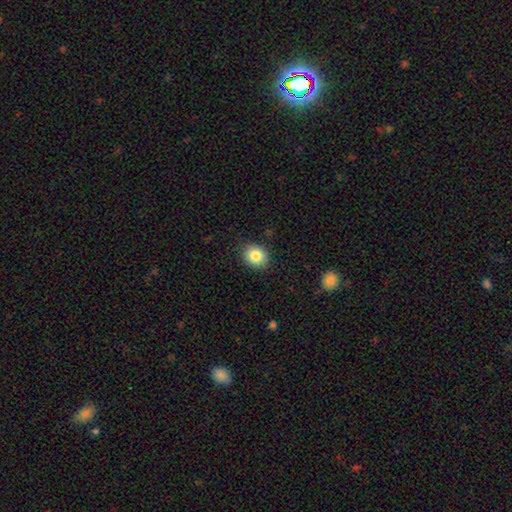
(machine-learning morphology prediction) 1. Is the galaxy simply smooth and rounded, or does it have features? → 85% smooth, 9% star or artifact, 6% featured or disk.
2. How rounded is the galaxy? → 65% round, 34% in between, 1% cigar-shaped.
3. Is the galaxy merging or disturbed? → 87% none, 9% minor disturbance, 2% major disturbance, 1% merger.